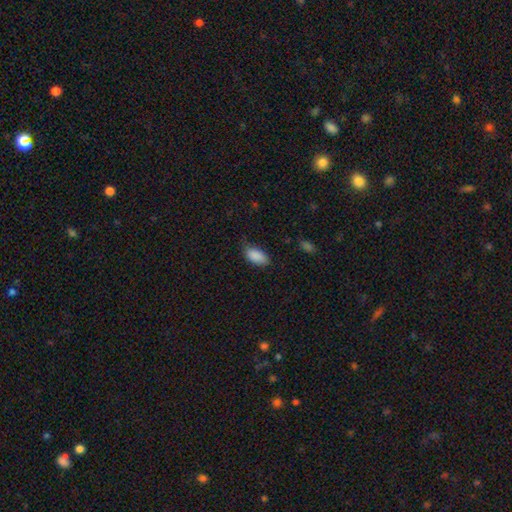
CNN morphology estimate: smooth 89%, star or artifact 7%, featured or disk 4%. Down the decision tree: how rounded — in between (94%); merging — none (72%).